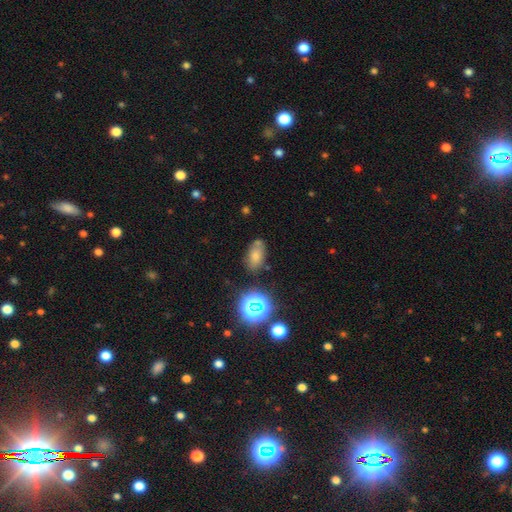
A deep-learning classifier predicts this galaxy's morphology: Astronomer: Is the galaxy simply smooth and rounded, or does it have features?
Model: smooth — 67%.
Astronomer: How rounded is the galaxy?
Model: in between — 88%.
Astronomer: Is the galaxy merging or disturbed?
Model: none — 66%.